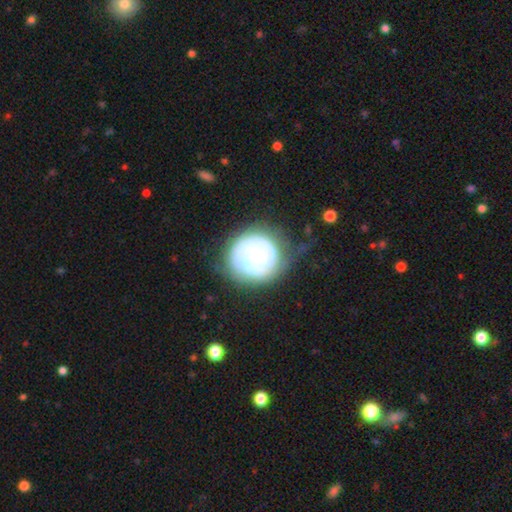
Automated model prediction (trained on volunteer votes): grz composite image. It shows a featured or disk galaxy (64%) with no bar (82%), no spiral arms (51%) and a moderate central bulge (43%). Merging: none (51%).